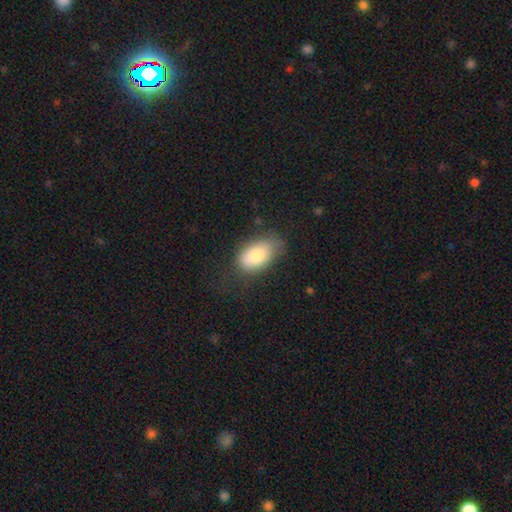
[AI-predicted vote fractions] Morphology: type=smooth (79%); roundness=in between (92%); merging=none (65%).